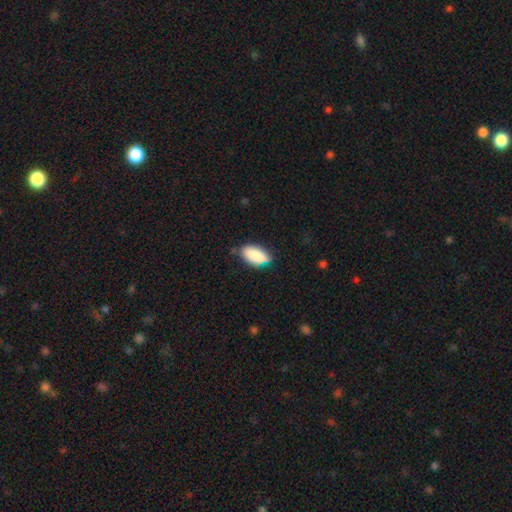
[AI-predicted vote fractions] This appears to be a smooth galaxy with no disk features (88%) that is in between round and cigar-shaped (92%). Merging: none (73%).